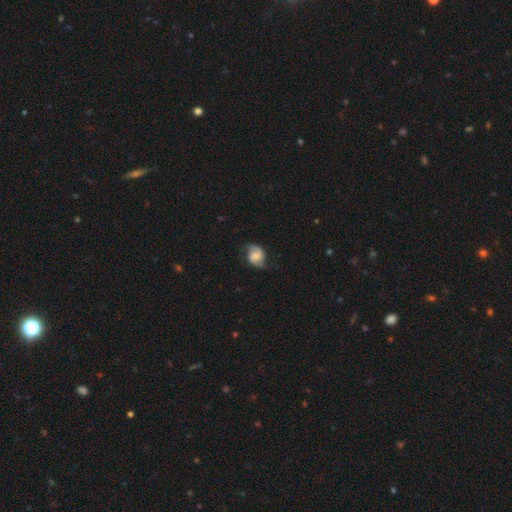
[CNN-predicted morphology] This appears to be a featured or disk galaxy (64%) with a weak bar (46%), 2 (89%) medium (43%) spiral arms (92%) and a moderate central bulge (40%). Merging: none (71%).